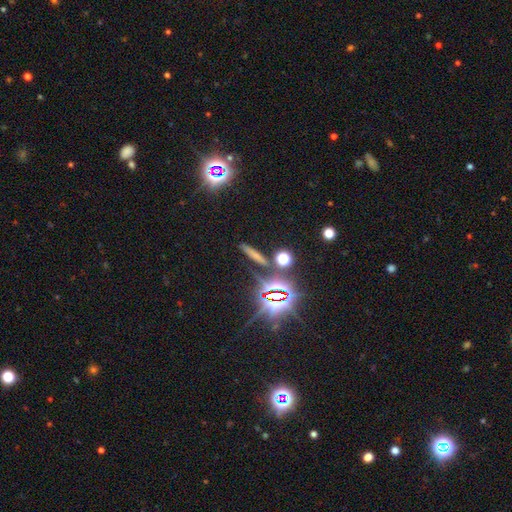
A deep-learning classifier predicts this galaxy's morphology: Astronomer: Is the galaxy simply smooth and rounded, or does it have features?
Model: smooth — 54% (runner-up: star or artifact, 31%).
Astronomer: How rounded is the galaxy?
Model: cigar-shaped — 81%.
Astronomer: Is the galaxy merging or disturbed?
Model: none — 83%.